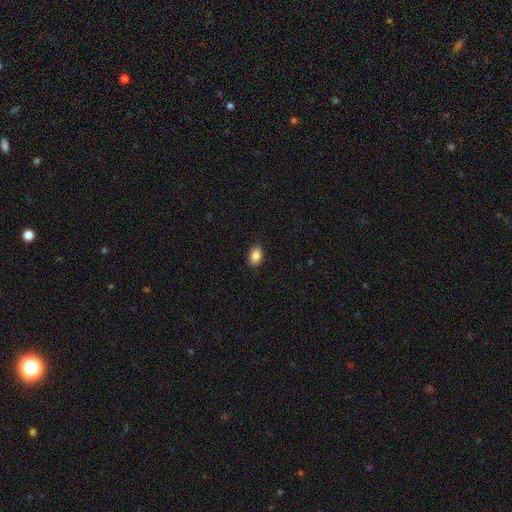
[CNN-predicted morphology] Smooth or featured?
  - smooth: 87% *
  - star or artifact: 8%
  - featured or disk: 5%
How rounded?
  - in between: 82% *
  - round: 17%
  - cigar-shaped: 1%
Merging?
  - none: 87% *
  - minor disturbance: 10%
  - major disturbance: 2%
  - merger: 1%